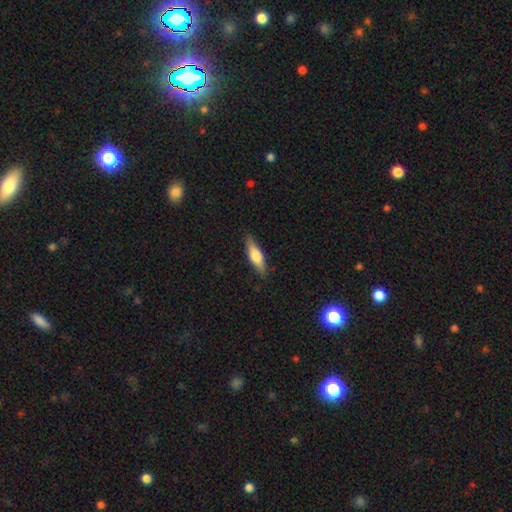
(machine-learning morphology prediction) This is likely a smooth galaxy (60%). How rounded: possibly cigar-shaped (54%). Merging: clearly none (87%).